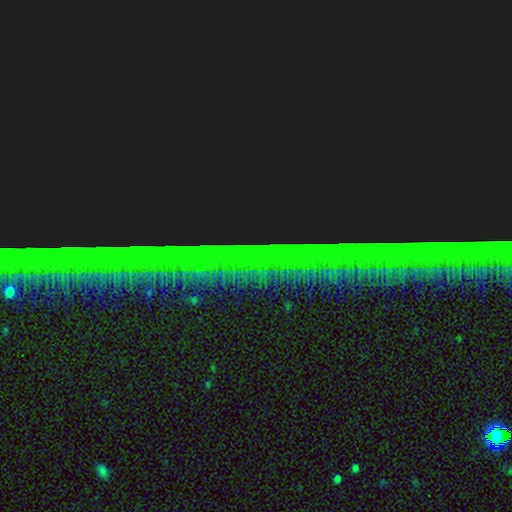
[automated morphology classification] Overall: star or artifact (86%).